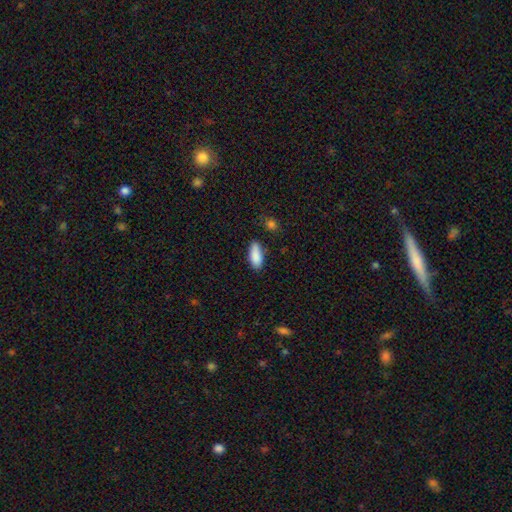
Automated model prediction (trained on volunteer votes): Q: Smooth or featured?
A: smooth (88%); runner-up: star or artifact (7%)
Q: How rounded?
A: in between (82%); runner-up: cigar-shaped (16%)
Q: Merging?
A: none (78%); runner-up: minor disturbance (16%)